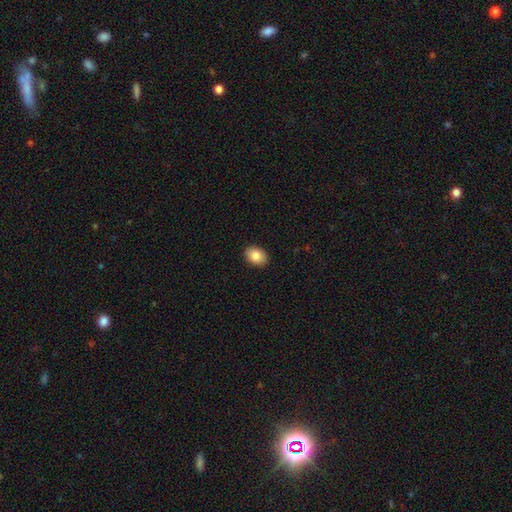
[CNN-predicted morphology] smooth_or_featured: smooth (p=0.86) [alt: star or artifact p=0.08]
how_rounded: in between (p=0.72) [alt: round p=0.27]
merging: none (p=0.90) [alt: minor disturbance p=0.07]